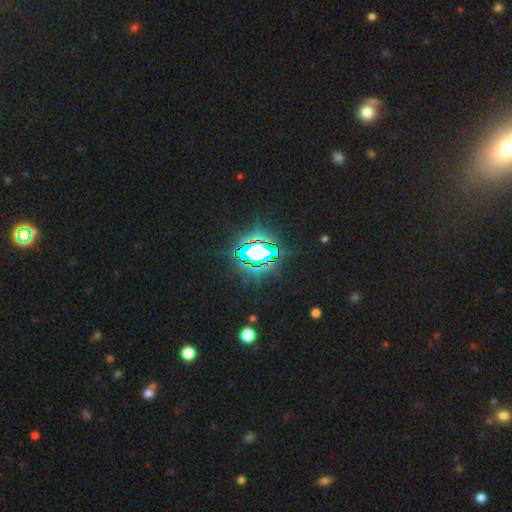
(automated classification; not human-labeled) Morphology: type=star or artifact (75%).